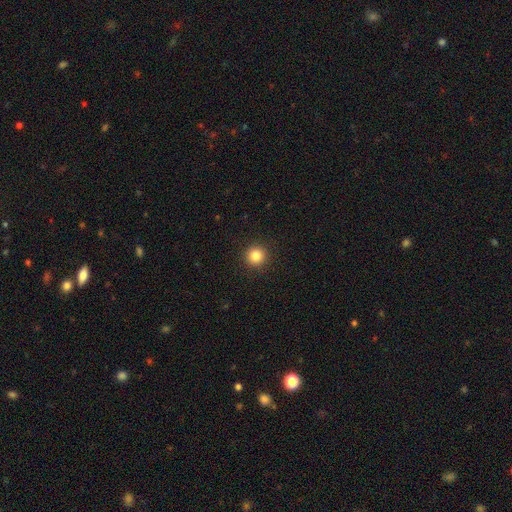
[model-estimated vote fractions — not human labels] A smooth galaxy with no disk features (84%) that is round (96%). Merging: none (93%).